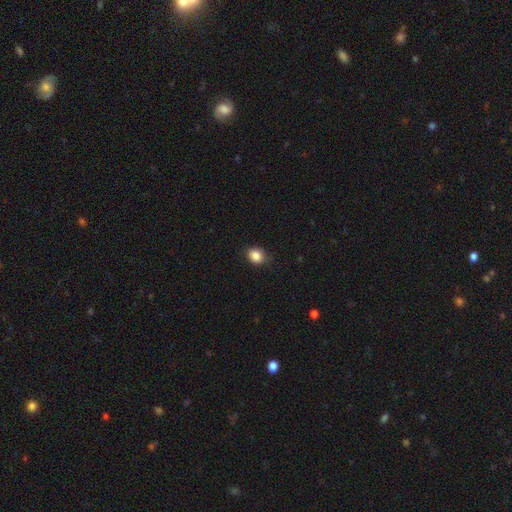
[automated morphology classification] Smooth or featured?
  - smooth: 86% *
  - star or artifact: 10%
  - featured or disk: 4%
How rounded?
  - round: 62% *
  - in between: 37%
  - cigar-shaped: 1%
Merging?
  - none: 80% *
  - minor disturbance: 16%
  - major disturbance: 3%
  - merger: 1%